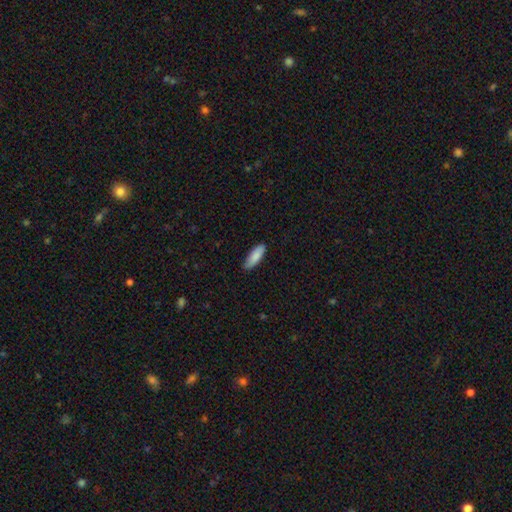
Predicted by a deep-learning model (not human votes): smooth_or_featured: smooth (p=0.87) [alt: featured or disk p=0.07]
how_rounded: in between (p=0.56) [alt: cigar-shaped p=0.43]
merging: none (p=0.81) [alt: minor disturbance p=0.16]